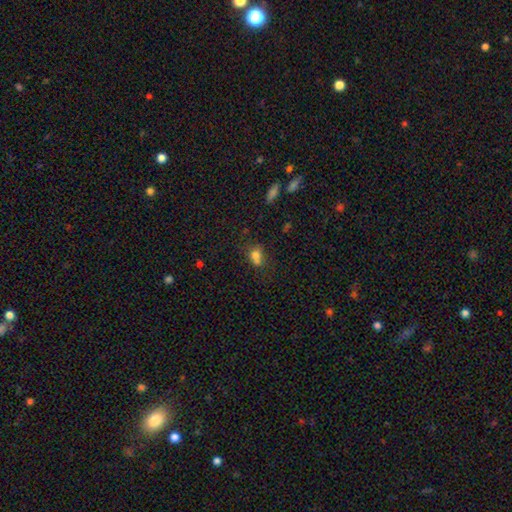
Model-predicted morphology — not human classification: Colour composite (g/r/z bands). It shows a smooth galaxy with no disk features (73%) that is round (60%). Merging: merger (42%).